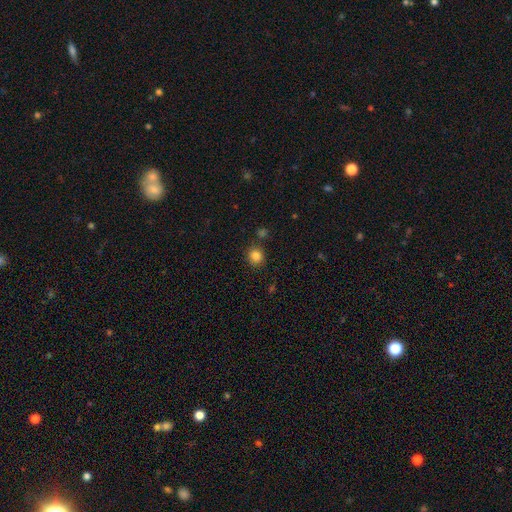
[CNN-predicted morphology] Overall: smooth (84%). How rounded: round (88%). Merging: none (83%).